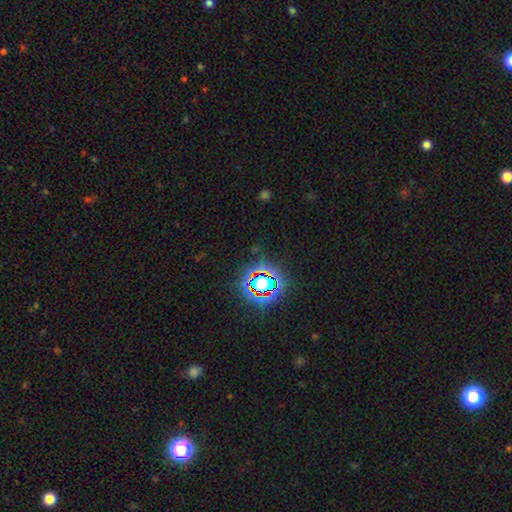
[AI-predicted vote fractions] Overall: star or artifact (78%).